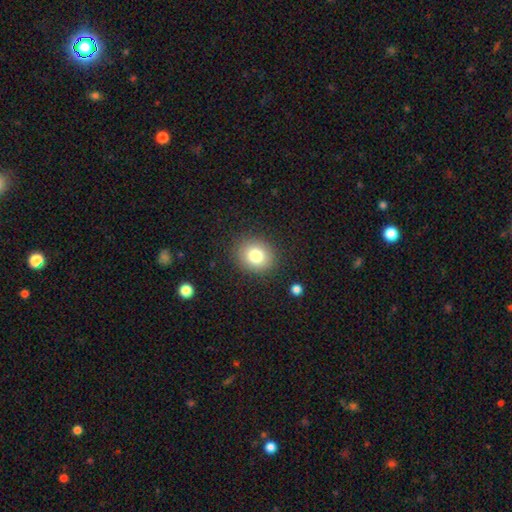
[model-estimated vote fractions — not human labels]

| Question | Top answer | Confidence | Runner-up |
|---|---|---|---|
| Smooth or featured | smooth | 79% | star or artifact (11%) |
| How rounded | round | 74% | in between (25%) |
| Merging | none | 88% | minor disturbance (8%) |